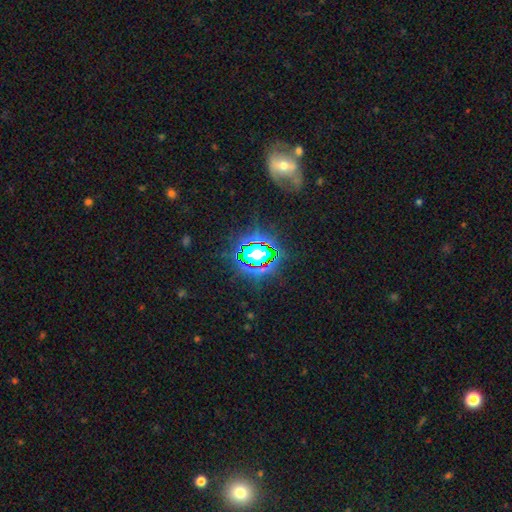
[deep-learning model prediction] star or artifact 73%, smooth 13%, featured or disk 13%.